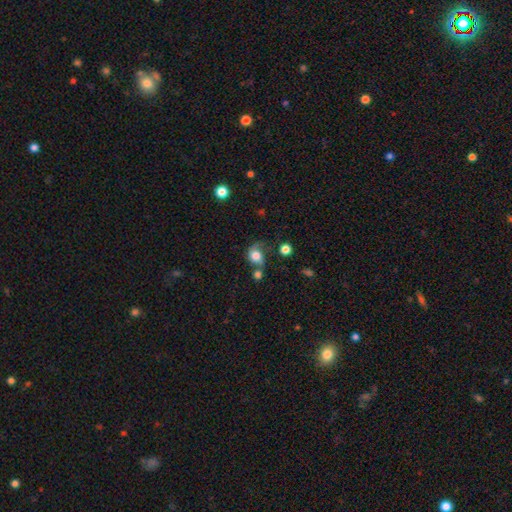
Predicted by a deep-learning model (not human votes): Smooth or featured? smooth (66%)
How rounded? round (66%)
Merging? none (34%)